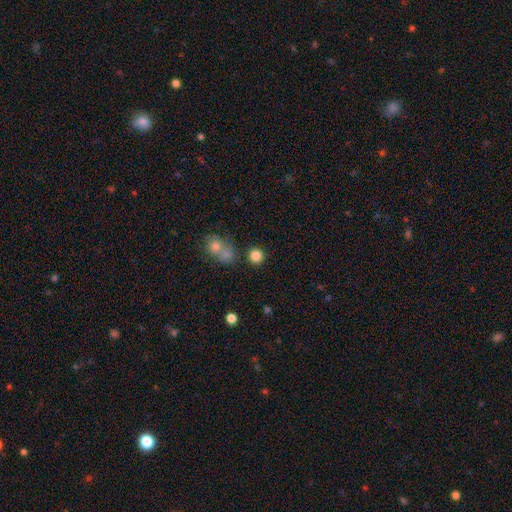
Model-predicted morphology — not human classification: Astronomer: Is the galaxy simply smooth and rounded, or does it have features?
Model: smooth — 83%.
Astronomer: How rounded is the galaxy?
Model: round — 92%.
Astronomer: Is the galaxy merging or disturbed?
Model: none — 80%.